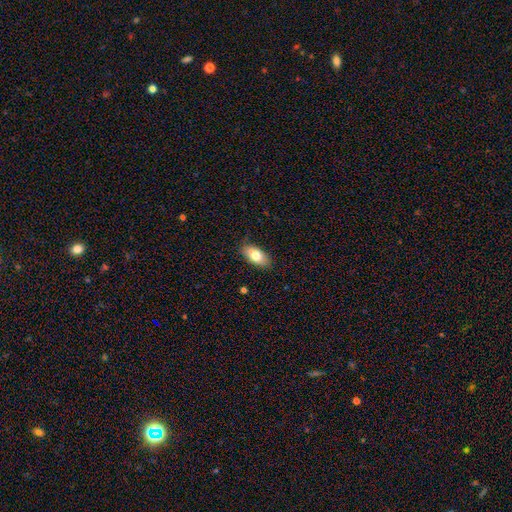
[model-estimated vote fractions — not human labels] smooth 78%, featured or disk 16%, star or artifact 7%. Down the decision tree: how rounded — in between (91%); merging — none (84%).